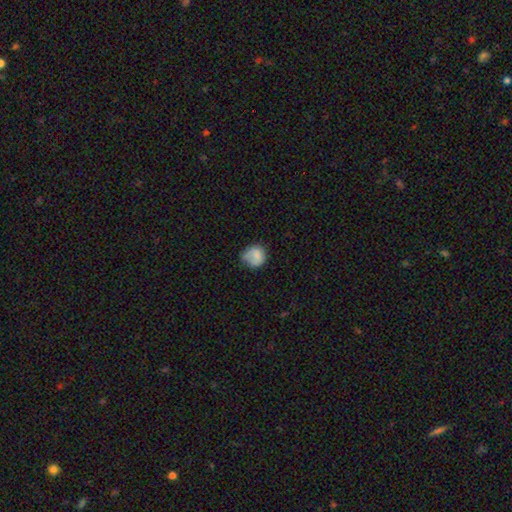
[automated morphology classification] A smooth galaxy with no disk features (79%) that is round (78%). Merging: none (50%).